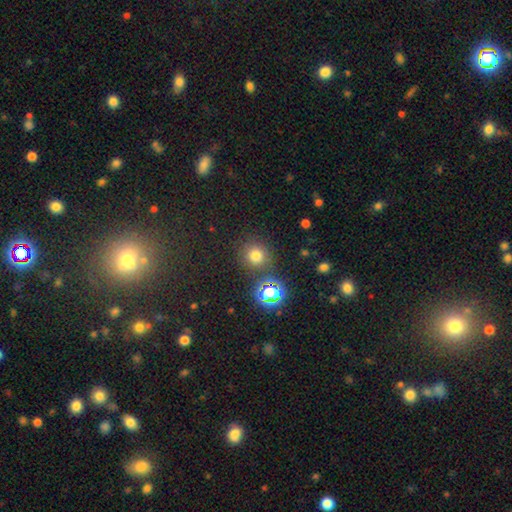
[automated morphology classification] Smooth or featured? smooth (71%)
How rounded? round (91%)
Merging? none (83%)